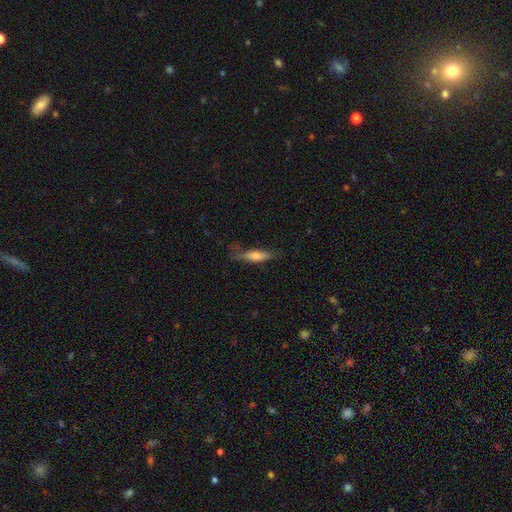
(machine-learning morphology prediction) smooth-or-featured: smooth: 62% | featured or disk: 31% | star or artifact: 7%
  how-rounded: cigar-shaped: 65% | in between: 33% | round: 2%
  merging: none: 66% | minor disturbance: 24% | major disturbance: 8% | merger: 2%